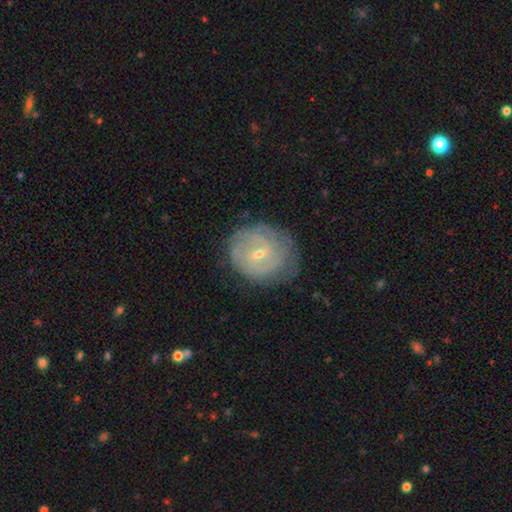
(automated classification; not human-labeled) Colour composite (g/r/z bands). It shows a featured or disk galaxy (69%) with no bar (44%), tight (76%) spiral arms (87%) and a small central bulge (64%). Merging: none (78%).